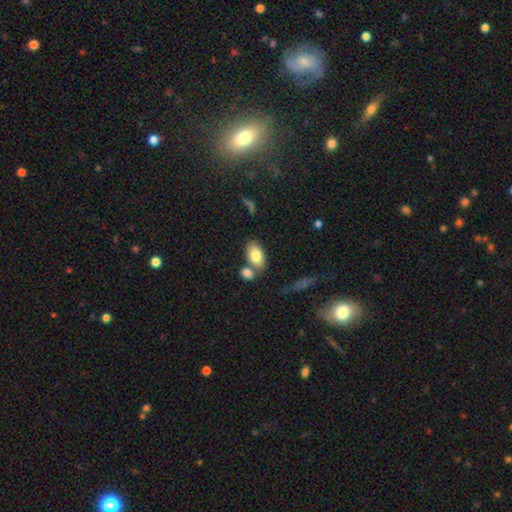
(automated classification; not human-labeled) A smooth galaxy with no disk features (82%) that is in between round and cigar-shaped (92%).

Vote fractions:
- Smooth or featured? smooth: 82% / featured or disk: 11% / star or artifact: 7%
- How rounded? in between: 92% / round: 6% / cigar-shaped: 2%
- Merging? none: 59% / merger: 25% / minor disturbance: 12% / major disturbance: 4%